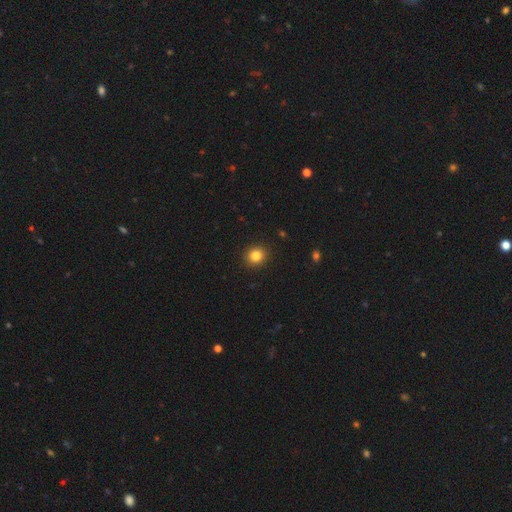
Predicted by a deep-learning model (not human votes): Smooth or featured? Predicted: smooth (p=0.84). How rounded? Predicted: round (p=0.85). Merging? Predicted: none (p=0.92).